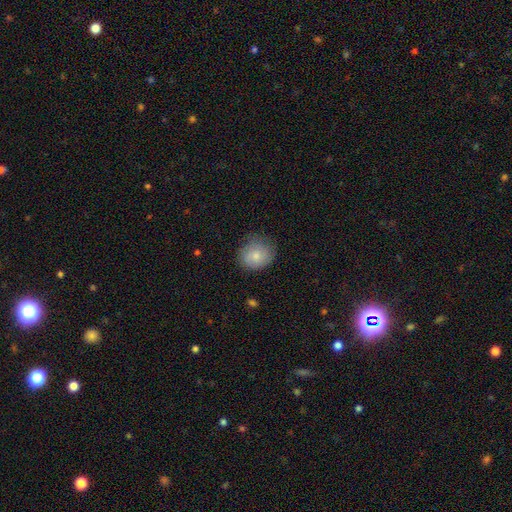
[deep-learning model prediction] This appears to be a smooth galaxy with no disk features (74%) that is round (78%). Merging: none (73%).